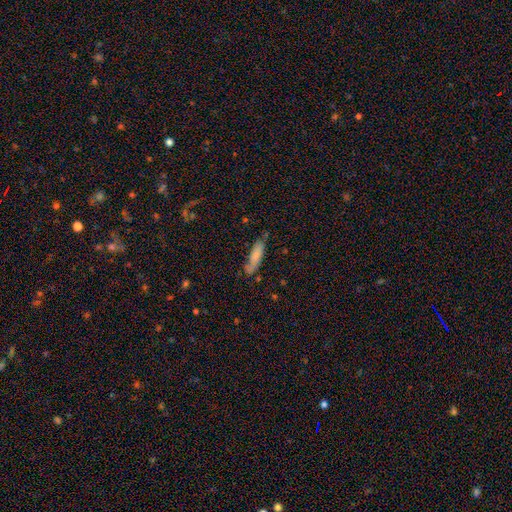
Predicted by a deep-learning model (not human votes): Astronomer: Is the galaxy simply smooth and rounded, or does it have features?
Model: smooth — 76%.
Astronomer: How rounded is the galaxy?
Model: cigar-shaped — 67%.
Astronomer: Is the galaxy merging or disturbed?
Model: none — 67%.